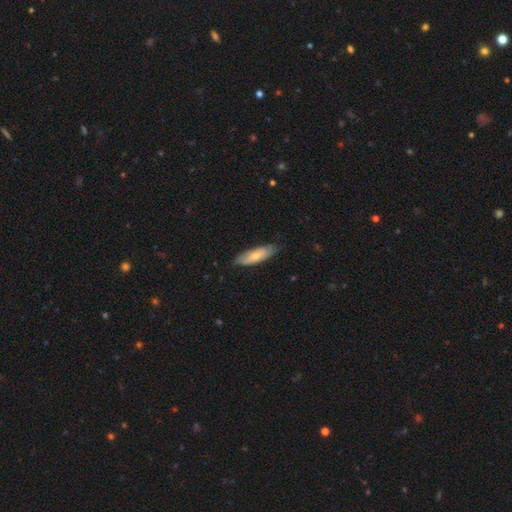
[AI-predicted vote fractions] A smooth galaxy with no disk features (62%) that is in between round and cigar-shaped (57%). Merging: none (76%).